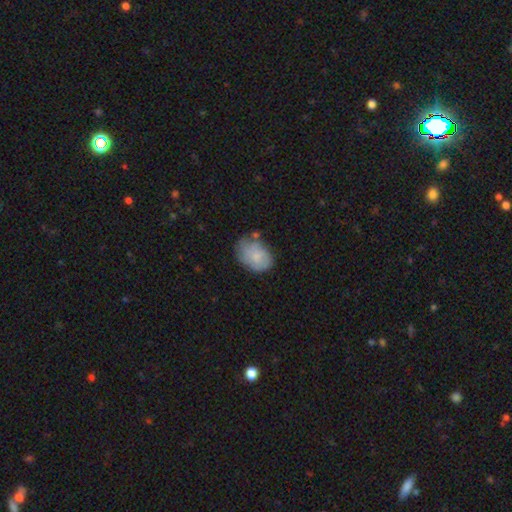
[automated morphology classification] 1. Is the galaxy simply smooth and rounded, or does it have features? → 71% smooth, 22% featured or disk, 7% star or artifact.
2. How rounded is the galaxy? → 74% in between, 25% round, 1% cigar-shaped.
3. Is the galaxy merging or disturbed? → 49% none, 35% minor disturbance, 11% major disturbance, 5% merger.